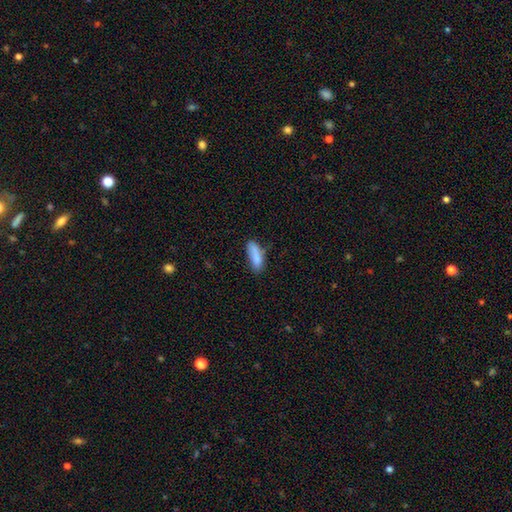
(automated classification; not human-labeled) smooth_or_featured: smooth (p=0.82) [alt: featured or disk p=0.10]
how_rounded: in between (p=0.59) [alt: cigar-shaped p=0.38]
merging: none (p=0.55) [alt: minor disturbance p=0.28]